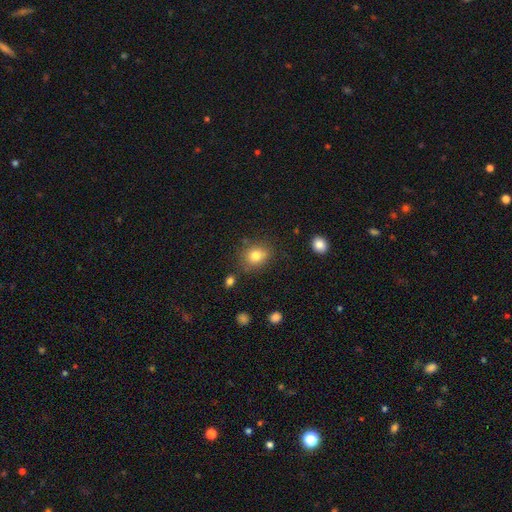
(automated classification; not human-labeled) smooth-or-featured: smooth: 80% | star or artifact: 11% | featured or disk: 9%
  how-rounded: round: 66% | in between: 33% | cigar-shaped: 1%
  merging: none: 77% | minor disturbance: 15% | major disturbance: 4% | merger: 4%